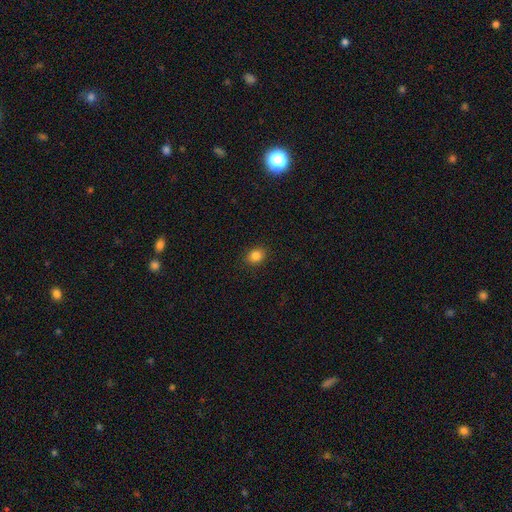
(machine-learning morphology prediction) Q: Smooth or featured?
A: smooth (85%); runner-up: star or artifact (11%)
Q: How rounded?
A: round (59%); runner-up: in between (40%)
Q: Merging?
A: none (90%); runner-up: minor disturbance (7%)